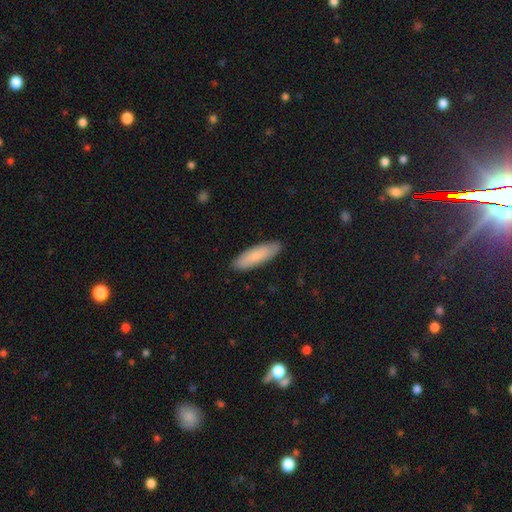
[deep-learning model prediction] Smooth or featured? smooth (79%)
How rounded? cigar-shaped (53%)
Merging? none (88%)